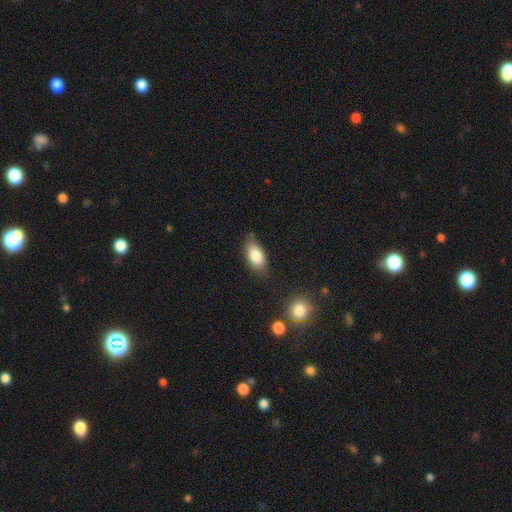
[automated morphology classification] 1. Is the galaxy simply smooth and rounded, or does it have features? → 84% smooth, 9% featured or disk, 7% star or artifact.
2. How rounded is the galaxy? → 90% in between, 6% cigar-shaped, 4% round.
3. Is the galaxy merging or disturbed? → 76% none, 17% minor disturbance, 4% major disturbance, 3% merger.